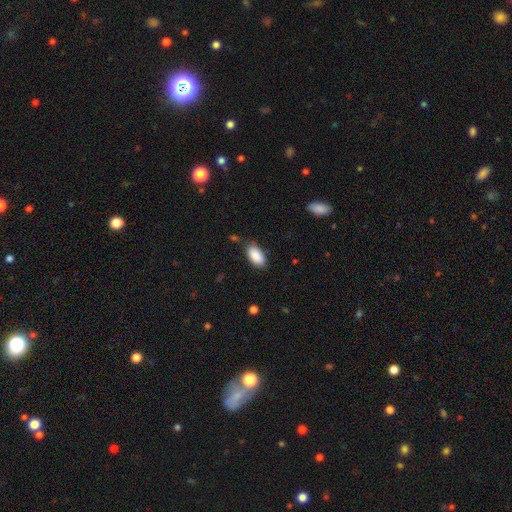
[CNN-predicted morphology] smooth 89%, star or artifact 7%, featured or disk 5%. Down the decision tree: how rounded — in between (94%); merging — none (79%).